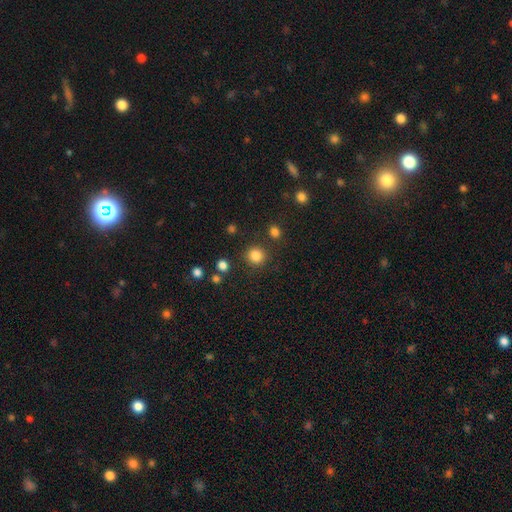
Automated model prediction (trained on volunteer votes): smooth 84%, star or artifact 12%, featured or disk 4%. Down the decision tree: how rounded — round (91%); merging — none (86%).